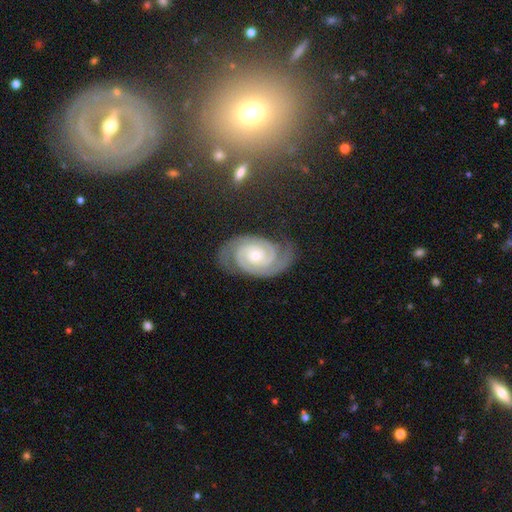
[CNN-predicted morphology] A featured or disk galaxy (92%) with no bar (72%), 2 (90%) tight (75%) spiral arms (98%) and a small central bulge (59%). Merging: none (80%).